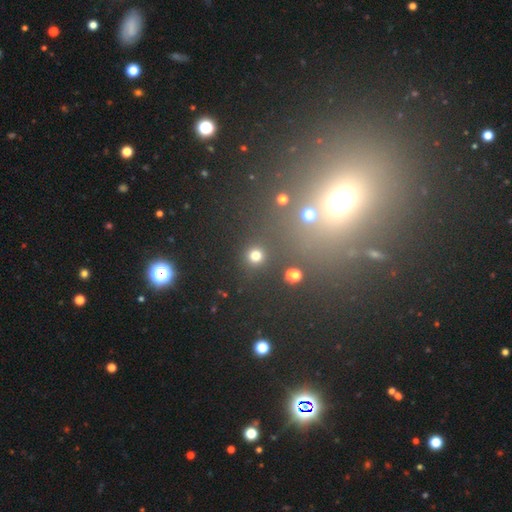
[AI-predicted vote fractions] This appears to be a smooth galaxy with no disk features (77%) that is round (93%). Merging: none (87%).